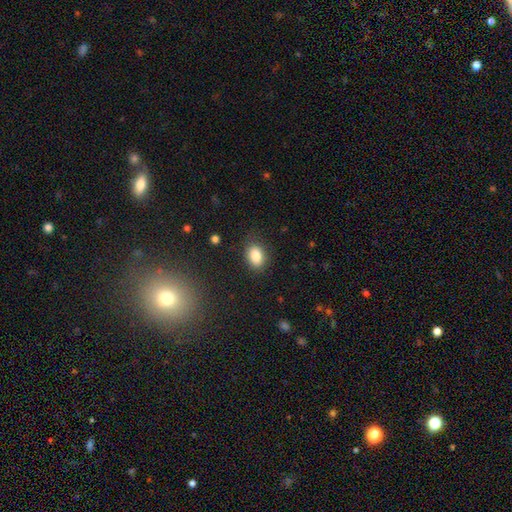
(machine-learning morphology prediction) A smooth galaxy with no disk features (84%) that is in between round and cigar-shaped (77%). Merging: none (81%).